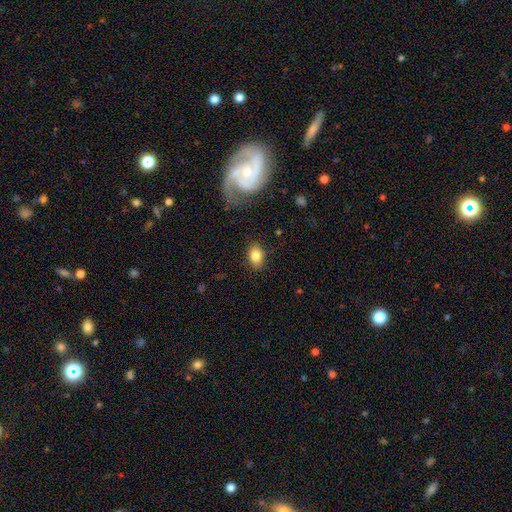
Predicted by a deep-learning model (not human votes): Morphology: type=smooth (82%); roundness=in between (81%); merging=none (84%).